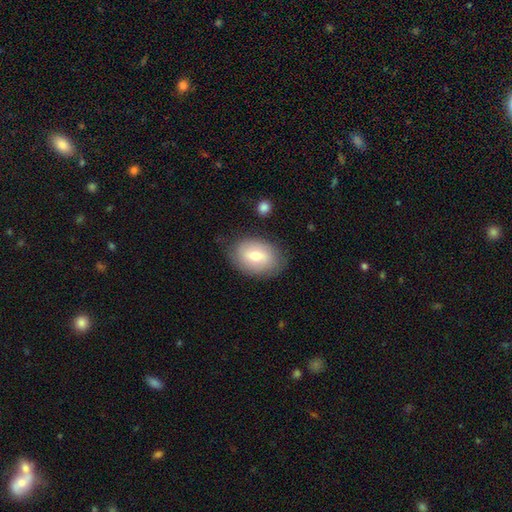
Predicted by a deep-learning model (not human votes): Q: Smooth or featured?
A: smooth (67%); runner-up: featured or disk (26%)
Q: How rounded?
A: in between (81%); runner-up: round (18%)
Q: Merging?
A: none (79%); runner-up: minor disturbance (16%)